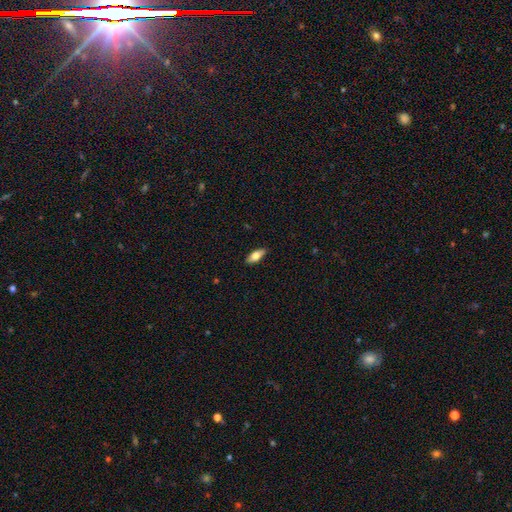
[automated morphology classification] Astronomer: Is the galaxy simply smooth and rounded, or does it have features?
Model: smooth — 73%.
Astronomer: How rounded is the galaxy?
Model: in between — 79%.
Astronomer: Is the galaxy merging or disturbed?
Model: none — 89%.